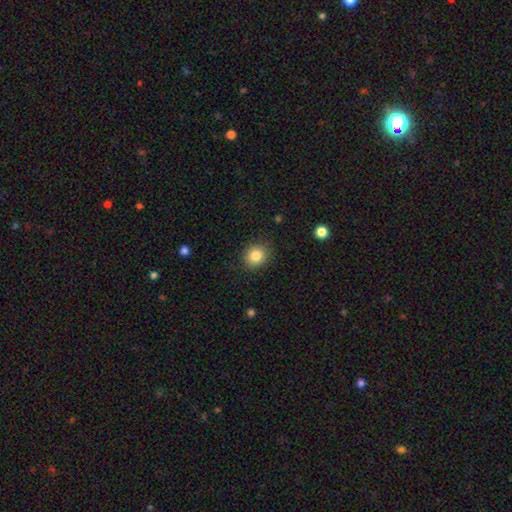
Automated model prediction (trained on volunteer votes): smooth_or_featured: smooth (p=0.84) [alt: star or artifact p=0.10]
how_rounded: round (p=0.82) [alt: in between p=0.17]
merging: none (p=0.88) [alt: minor disturbance p=0.09]